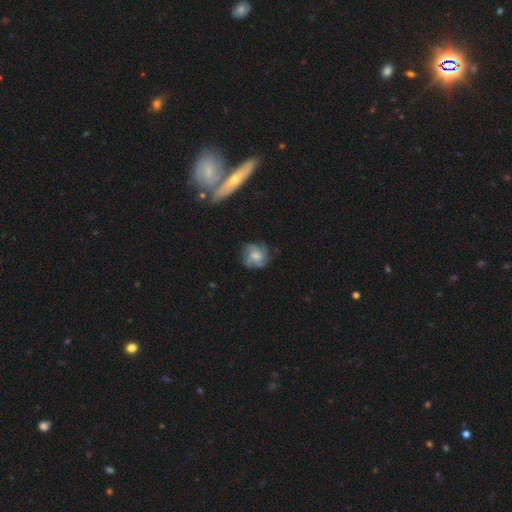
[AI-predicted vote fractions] Smooth or featured: featured or disk — 52% (smooth — 38%)
Edge-on disk: no — 96% (yes — 4%)
Bar: no — 74% (weak — 23%)
Spiral arms: yes — 81% (no — 19%)
Bulge size: moderate — 48% (small — 22%)
Merging: none — 69% (minor disturbance — 19%)